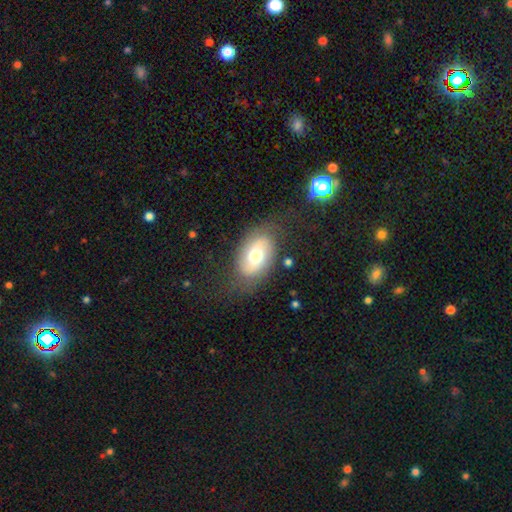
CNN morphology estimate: Smooth or featured?
  - smooth: 53% *
  - featured or disk: 39%
  - star or artifact: 8%
How rounded?
  - in between: 87% *
  - round: 11%
  - cigar-shaped: 2%
Merging?
  - none: 70% *
  - minor disturbance: 18%
  - major disturbance: 11%
  - merger: 2%